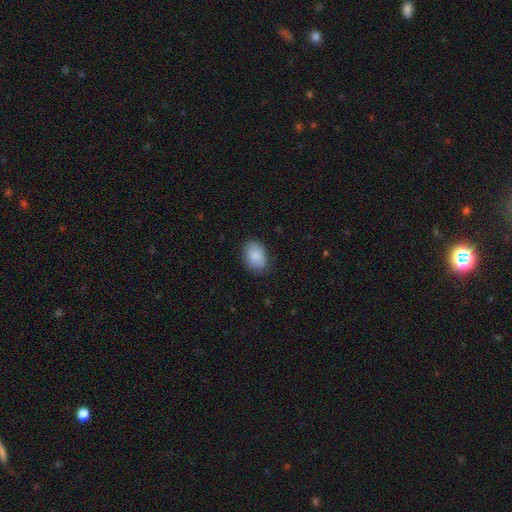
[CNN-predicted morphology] smooth 87%, star or artifact 7%, featured or disk 6%. Down the decision tree: how rounded — in between (82%); merging — none (80%).